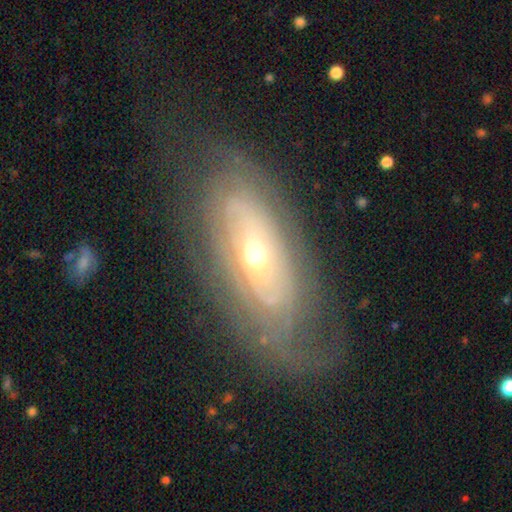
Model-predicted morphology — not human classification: A featured or disk galaxy (77%) with no bar (80%), spiral arms (70%) and a moderate central bulge (56%).

Vote fractions:
- Smooth or featured? featured or disk: 77% / smooth: 17% / star or artifact: 6%
- Edge-on disk? no: 88% / yes: 12%
- Bar? no: 80% / weak: 14% / strong: 6%
- Spiral arms? yes: 70% / no: 30%
- Bulge size? moderate: 56% / small: 38% / large: 4% / dominant: 1% / none: 1%
- Merging? none: 65% / minor disturbance: 19% / major disturbance: 14% / merger: 2%